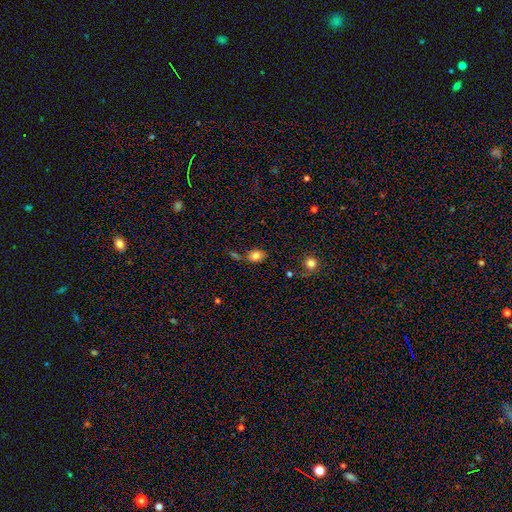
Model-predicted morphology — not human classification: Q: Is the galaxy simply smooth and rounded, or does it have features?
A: smooth — 82%.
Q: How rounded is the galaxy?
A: in between — 70%.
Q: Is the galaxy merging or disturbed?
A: none — 64%.